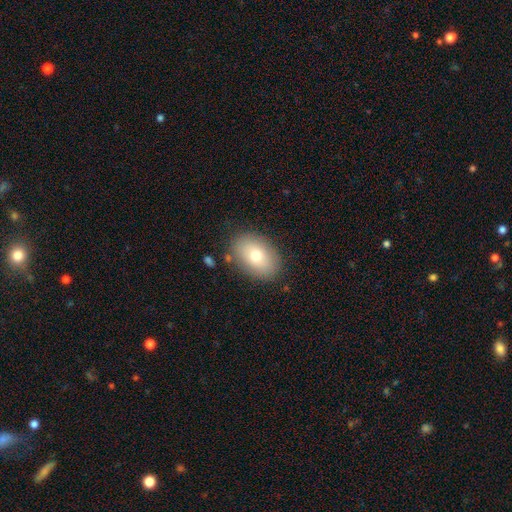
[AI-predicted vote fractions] Q: Smooth or featured?
A: smooth (72%); runner-up: featured or disk (19%)
Q: How rounded?
A: in between (84%); runner-up: round (15%)
Q: Merging?
A: none (84%); runner-up: minor disturbance (11%)